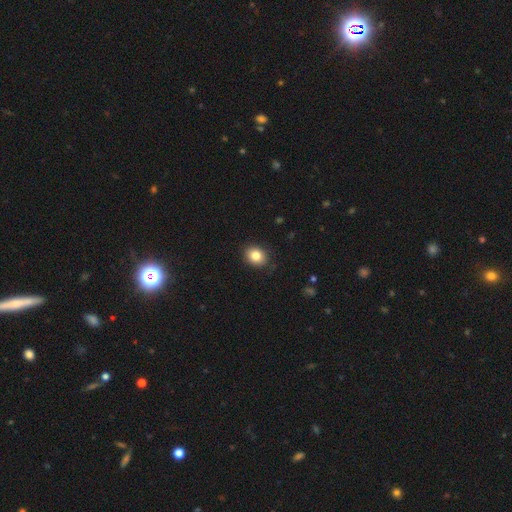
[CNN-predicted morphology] Smooth or featured: smooth — 83% (star or artifact — 10%)
How rounded: round — 55% (in between — 44%)
Merging: none — 87% (minor disturbance — 10%)